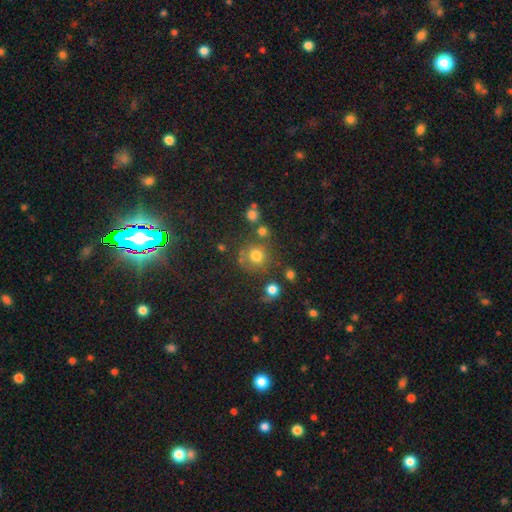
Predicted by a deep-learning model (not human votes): Q: Smooth or featured?
A: smooth (73%); runner-up: star or artifact (17%)
Q: How rounded?
A: round (91%); runner-up: in between (8%)
Q: Merging?
A: none (70%); runner-up: minor disturbance (12%)